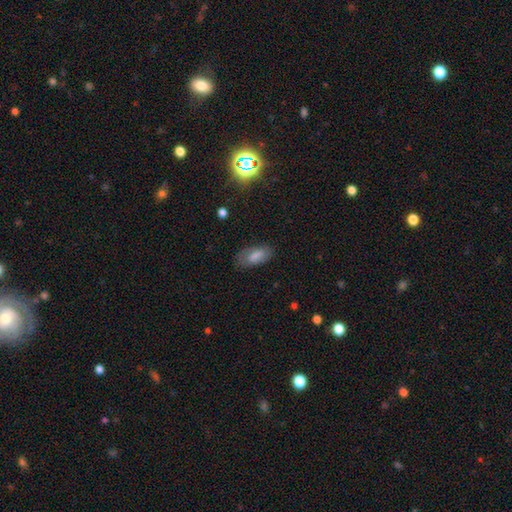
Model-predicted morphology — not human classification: This is likely a smooth galaxy (76%). How rounded: clearly in between (88%). Merging: likely none (76%).